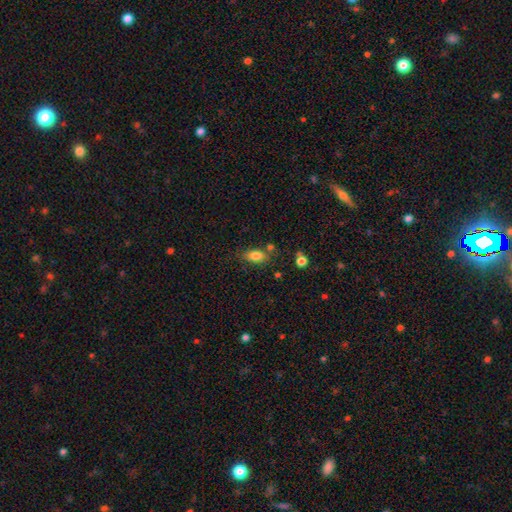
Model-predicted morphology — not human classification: This is clearly a smooth galaxy (82%). How rounded: clearly in between (86%). Merging: likely none (71%).